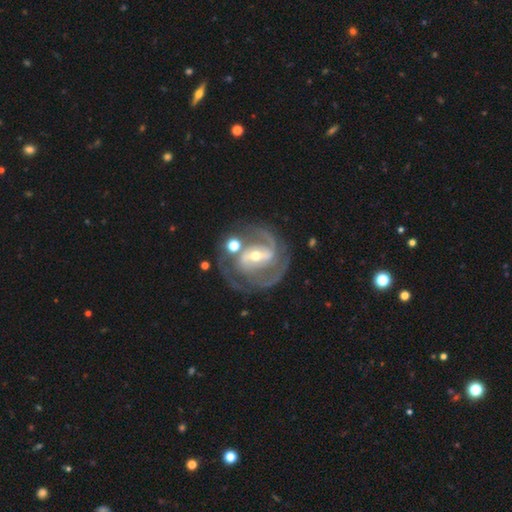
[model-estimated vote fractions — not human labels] Smooth or featured? Predicted: featured or disk (p=0.90). Edge-on disk? Predicted: no (p=0.97). Bar? Predicted: strong (p=0.46). Spiral arms? Predicted: yes (p=0.96). Spiral winding? Predicted: medium (p=0.46). Spiral arm count? Predicted: 2 (p=0.70). Bulge size? Predicted: moderate (p=0.52). Merging? Predicted: none (p=0.64).